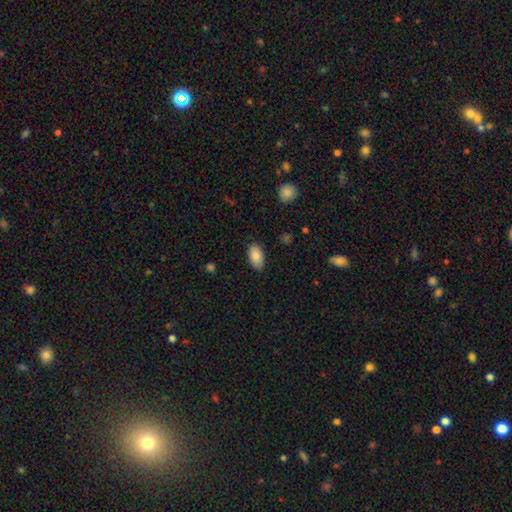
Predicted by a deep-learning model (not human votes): smooth_or_featured: smooth (p=0.88) [alt: star or artifact p=0.07]
how_rounded: in between (p=0.94) [alt: round p=0.04]
merging: none (p=0.85) [alt: minor disturbance p=0.12]